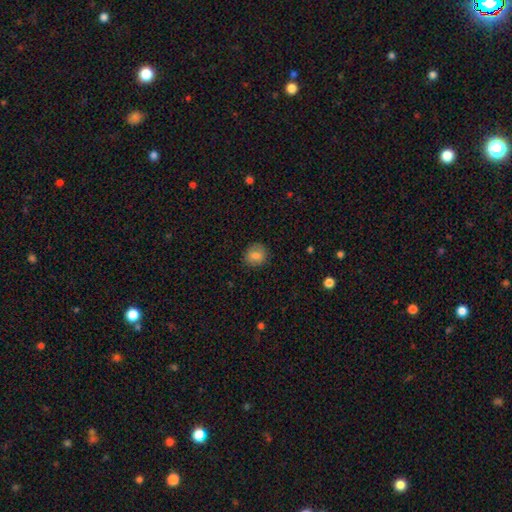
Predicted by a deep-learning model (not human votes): This is clearly a smooth galaxy (81%). How rounded: clearly round (84%). Merging: clearly none (87%).